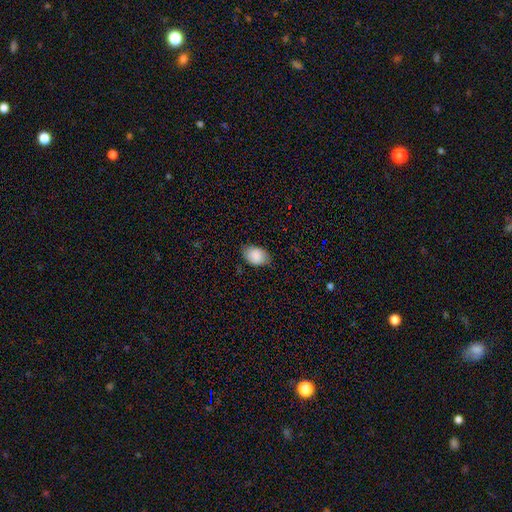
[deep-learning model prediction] Morphology: type=smooth (88%); roundness=in between (79%); merging=none (73%).